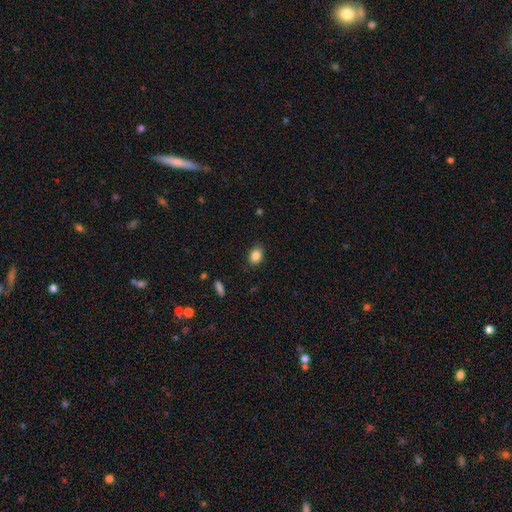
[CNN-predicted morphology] A smooth galaxy with no disk features (86%) that is in between round and cigar-shaped (68%). Merging: none (87%).